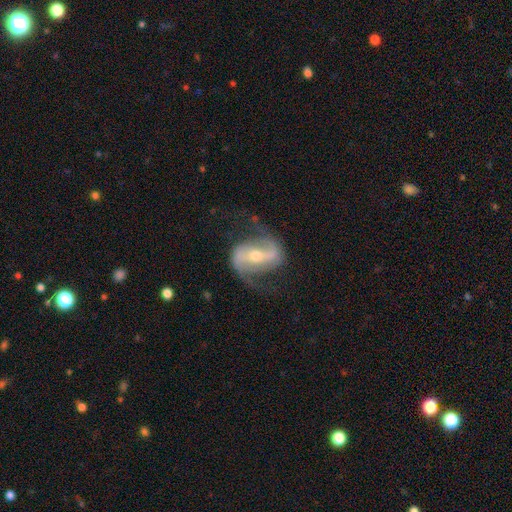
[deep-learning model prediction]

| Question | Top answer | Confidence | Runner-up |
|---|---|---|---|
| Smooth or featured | featured or disk | 89% | smooth (6%) |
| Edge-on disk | no | 96% | yes (4%) |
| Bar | strong | 55% | weak (30%) |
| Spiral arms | yes | 96% | no (4%) |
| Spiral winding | loose | 47% | medium (41%) |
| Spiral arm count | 2 | 93% | can't tell (2%) |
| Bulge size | moderate | 50% | small (46%) |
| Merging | none | 75% | minor disturbance (14%) |